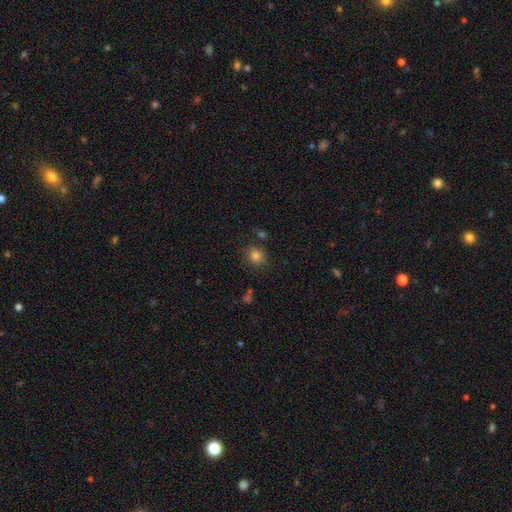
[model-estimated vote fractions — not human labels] smooth_or_featured: smooth (p=0.82) [alt: star or artifact p=0.13]
how_rounded: round (p=0.87) [alt: in between p=0.12]
merging: none (p=0.83) [alt: minor disturbance p=0.10]